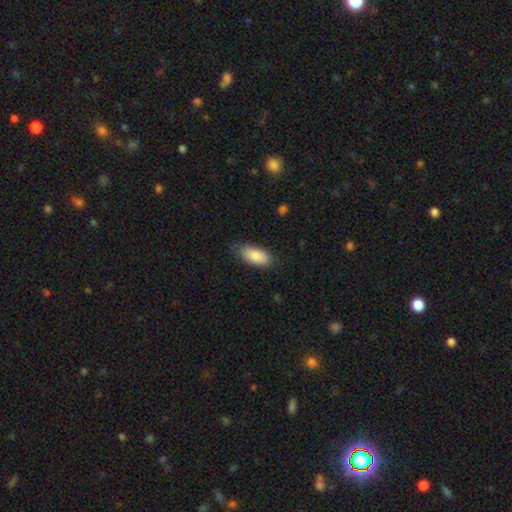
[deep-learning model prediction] smooth-or-featured: smooth: 85% | featured or disk: 9% | star or artifact: 6%
  how-rounded: in between: 88% | cigar-shaped: 10% | round: 2%
  merging: none: 77% | minor disturbance: 19% | major disturbance: 3% | merger: 1%